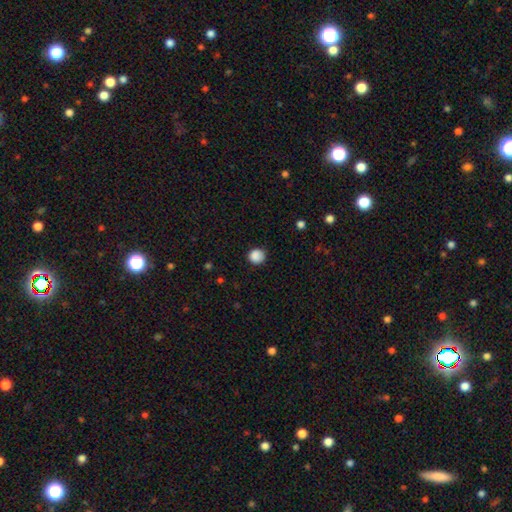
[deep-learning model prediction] This is clearly a smooth galaxy (87%). How rounded: clearly round (86%). Merging: clearly none (81%).